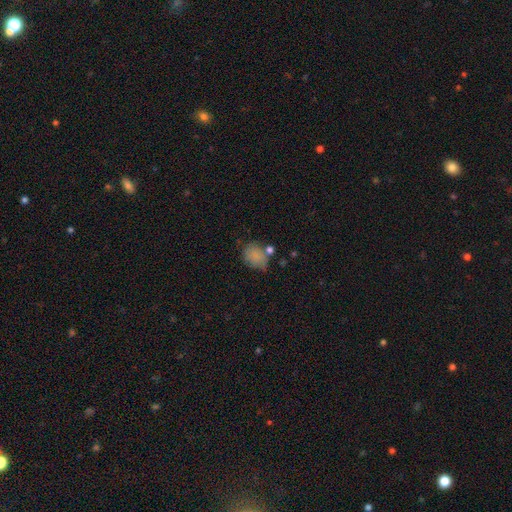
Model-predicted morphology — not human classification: A smooth galaxy with no disk features (79%) that is round (51%). Merging: none (50%).